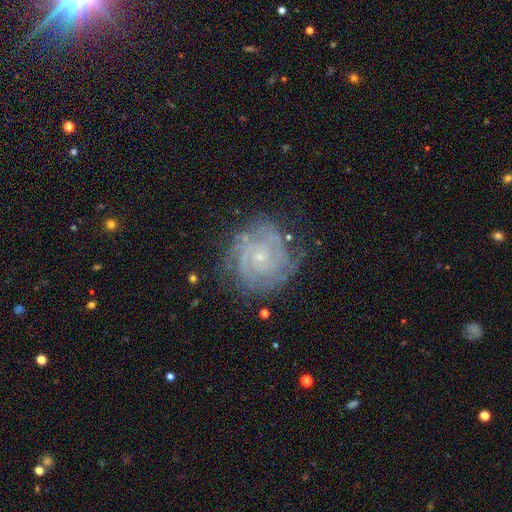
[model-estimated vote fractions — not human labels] The model was most divided on "spiral arm count": can't tell: 28%, 2: 22%, 3: 19%, 4: 15%, more than 4: 9%, 1: 7%. More confident: edge-on disk — no (97%); spiral arms — yes (97%); merging — none (80%); bulge size — small (79%); smooth or featured — featured or disk (78%); spiral winding — tight (77%); bar — no (73%).